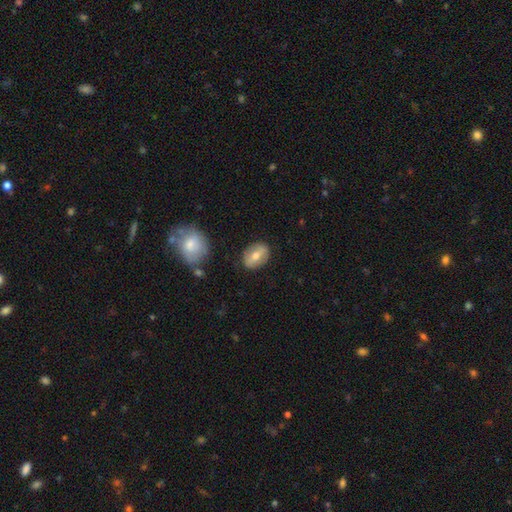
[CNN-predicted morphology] smooth-or-featured: smooth: 55% | featured or disk: 38% | star or artifact: 6%
  how-rounded: in between: 77% | round: 21% | cigar-shaped: 3%
  merging: none: 85% | minor disturbance: 11% | major disturbance: 3% | merger: 2%